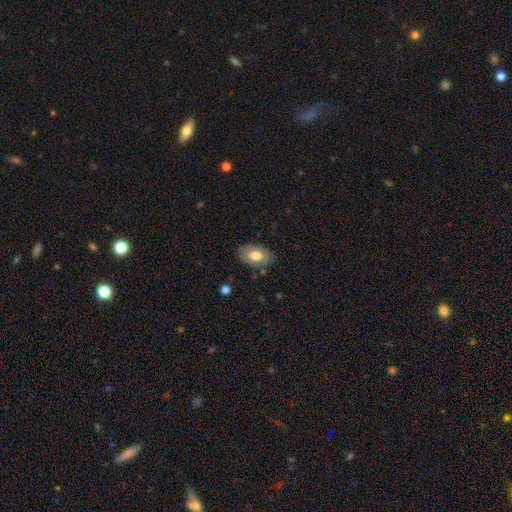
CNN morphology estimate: Smooth or featured: smooth — 64% (featured or disk — 29%)
How rounded: in between — 90% (round — 9%)
Merging: none — 78% (minor disturbance — 16%)